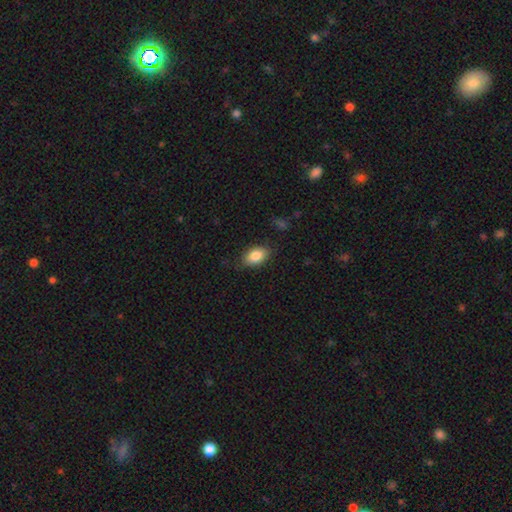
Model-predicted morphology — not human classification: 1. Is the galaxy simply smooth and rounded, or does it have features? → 85% smooth, 7% star or artifact, 7% featured or disk.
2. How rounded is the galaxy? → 89% in between, 10% round, 2% cigar-shaped.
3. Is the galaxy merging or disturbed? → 81% none, 15% minor disturbance, 3% major disturbance, 1% merger.